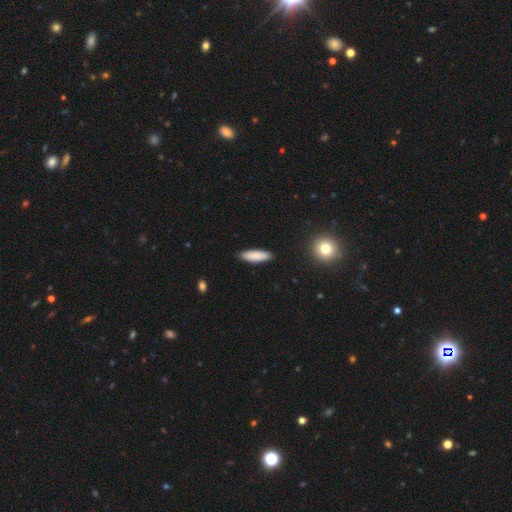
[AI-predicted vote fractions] Smooth or featured: smooth — 86% (featured or disk — 8%)
How rounded: cigar-shaped — 58% (in between — 41%)
Merging: none — 88% (minor disturbance — 9%)